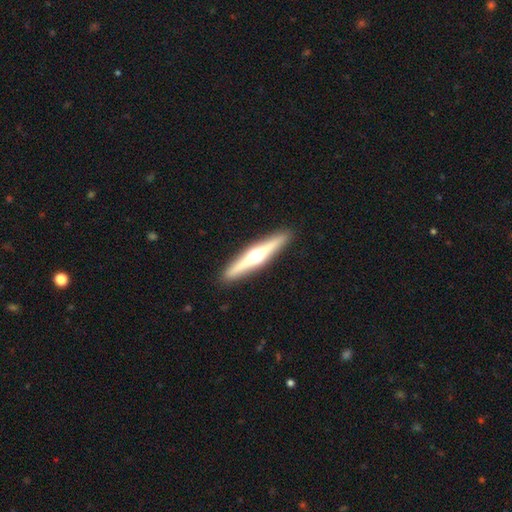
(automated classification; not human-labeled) Smooth or featured? featured or disk (71%)
Edge-on disk? yes (97%)
Edge-on bulge? rounded (94%)
Merging? none (92%)